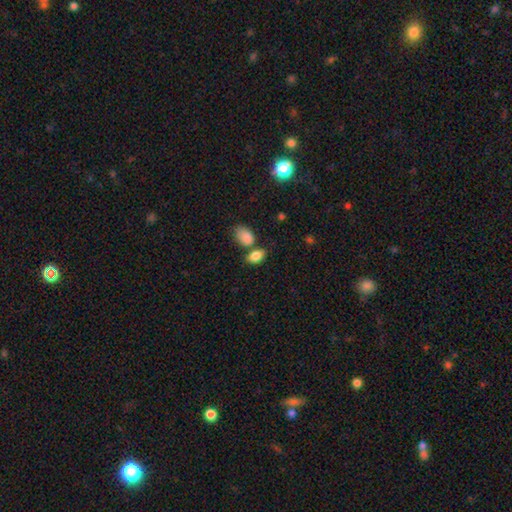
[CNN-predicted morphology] A smooth galaxy with no disk features (85%) that is in between round and cigar-shaped (89%). Merging: none (55%).